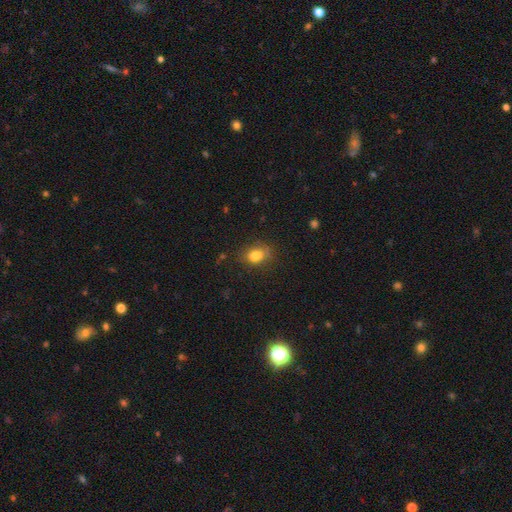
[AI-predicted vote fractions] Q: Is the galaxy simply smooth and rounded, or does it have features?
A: smooth — 80%.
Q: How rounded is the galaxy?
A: in between — 69%.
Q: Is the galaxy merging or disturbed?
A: none — 68%.